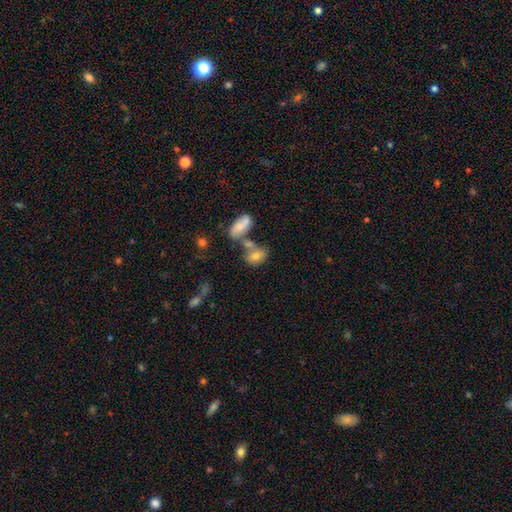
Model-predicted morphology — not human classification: smooth-or-featured: smooth: 69% | featured or disk: 20% | star or artifact: 12%
  how-rounded: in between: 75% | round: 22% | cigar-shaped: 3%
  merging: merger: 40% | none: 38% | minor disturbance: 15% | major disturbance: 7%